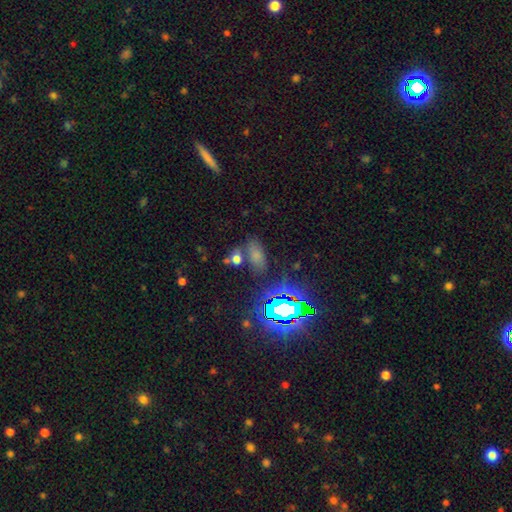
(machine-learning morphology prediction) This is likely a smooth galaxy (61%). How rounded: clearly in between (86%). Merging: likely none (64%).